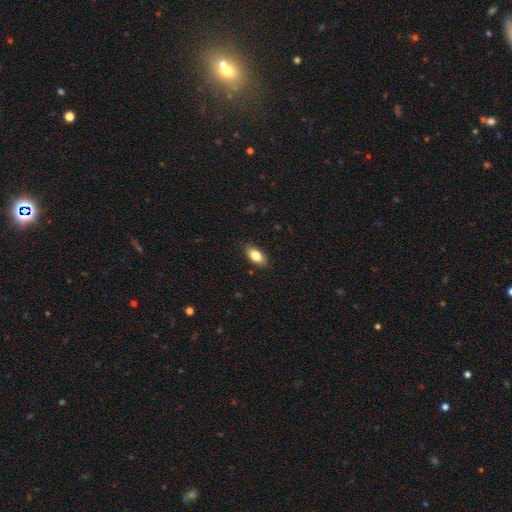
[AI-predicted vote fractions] Smooth or featured?
  - smooth: 83% *
  - featured or disk: 10%
  - star or artifact: 7%
How rounded?
  - in between: 89% *
  - cigar-shaped: 5%
  - round: 5%
Merging?
  - none: 86% *
  - minor disturbance: 11%
  - major disturbance: 2%
  - merger: 1%